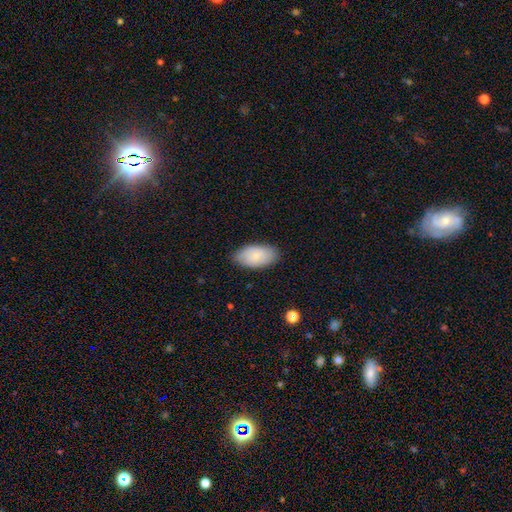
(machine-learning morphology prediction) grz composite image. It shows a smooth galaxy with no disk features (78%) that is in between round and cigar-shaped (95%). Merging: none (83%).